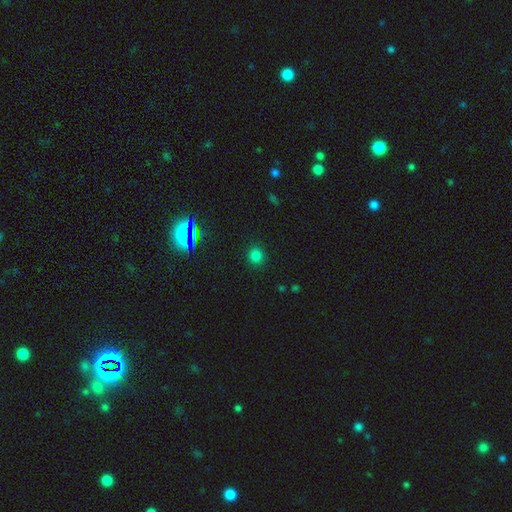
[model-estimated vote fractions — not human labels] The model was most divided on "smooth or featured": smooth: 76%, star or artifact: 20%, featured or disk: 4%. More confident: how rounded — round (90%); merging — none (90%).